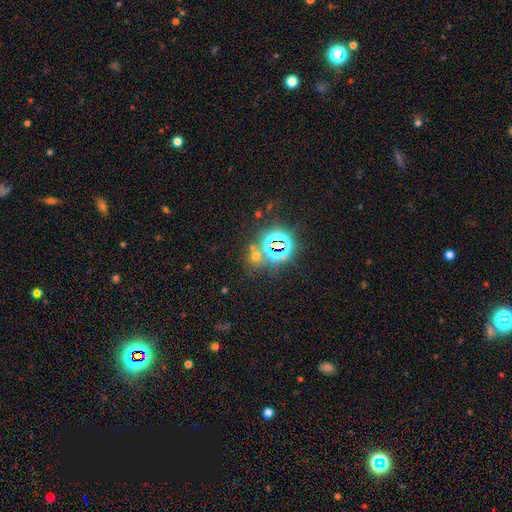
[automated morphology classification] This is possibly a star or artifact rather than a galaxy (57%).